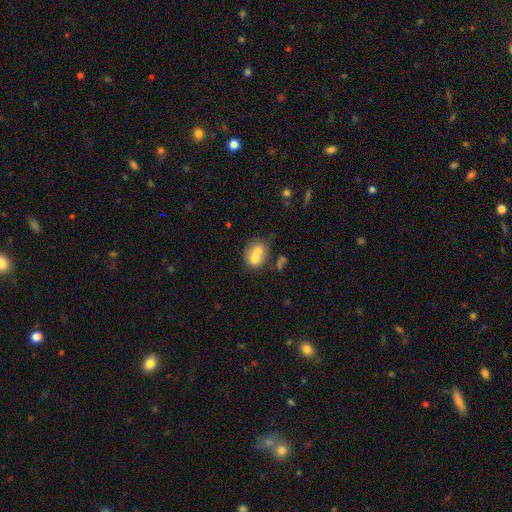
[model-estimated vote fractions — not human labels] Smooth or featured: smooth — 66% (featured or disk — 24%)
How rounded: round — 56% (in between — 43%)
Merging: merger — 63% (none — 24%)